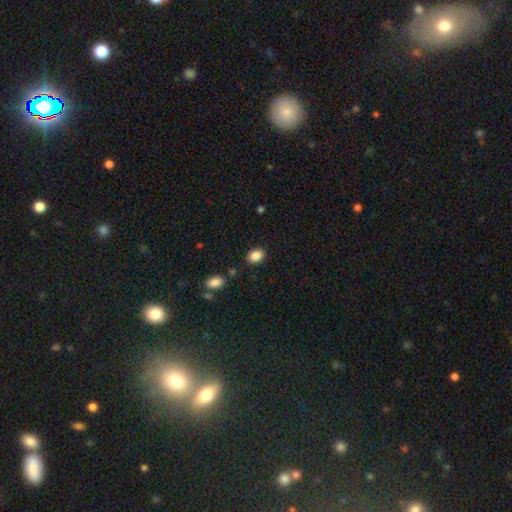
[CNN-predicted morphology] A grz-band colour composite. It shows a smooth galaxy with no disk features (87%) that is in between round and cigar-shaped (72%). Merging: none (85%).